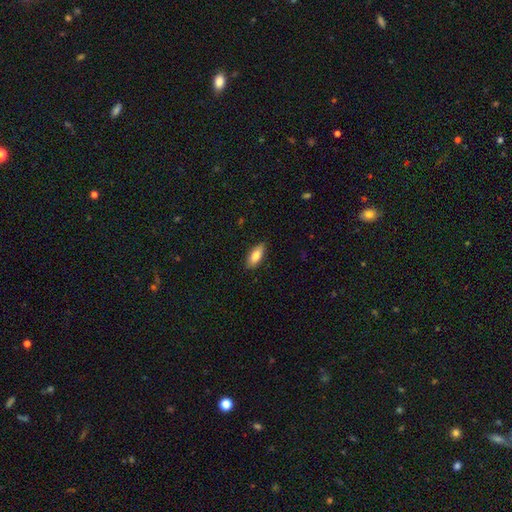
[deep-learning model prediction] Smooth or featured? smooth (82%)
How rounded? in between (82%)
Merging? none (87%)